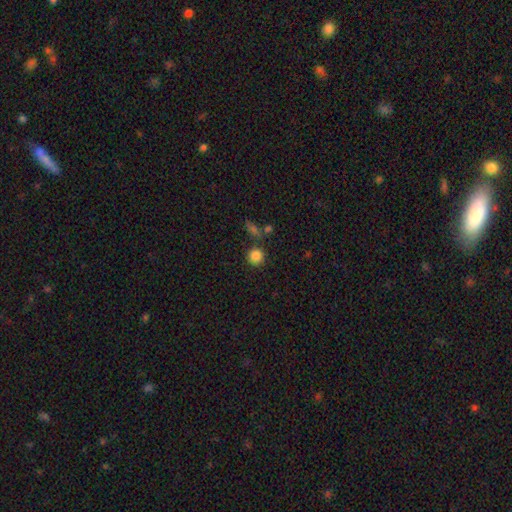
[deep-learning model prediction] Smooth or featured?
  - smooth: 85% *
  - star or artifact: 11%
  - featured or disk: 5%
How rounded?
  - round: 93% *
  - in between: 6%
  - cigar-shaped: 1%
Merging?
  - none: 81% *
  - minor disturbance: 8%
  - merger: 8%
  - major disturbance: 3%